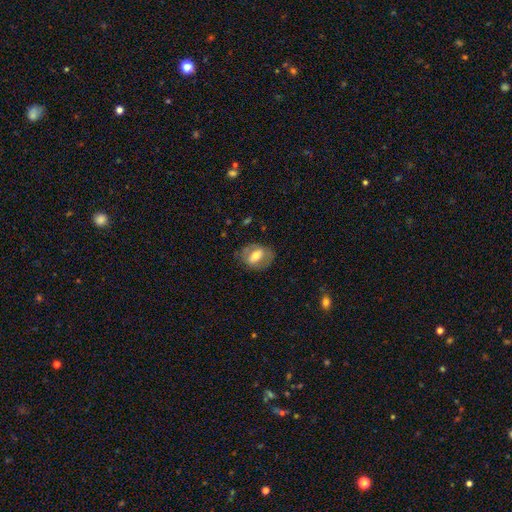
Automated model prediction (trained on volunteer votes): This is possibly a featured or disk galaxy (49%). Merging: likely none (71%).